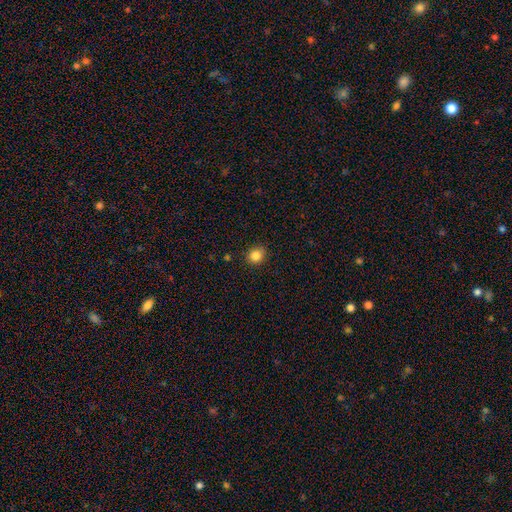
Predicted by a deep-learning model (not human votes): Smooth or featured? smooth (84%)
How rounded? round (79%)
Merging? none (90%)